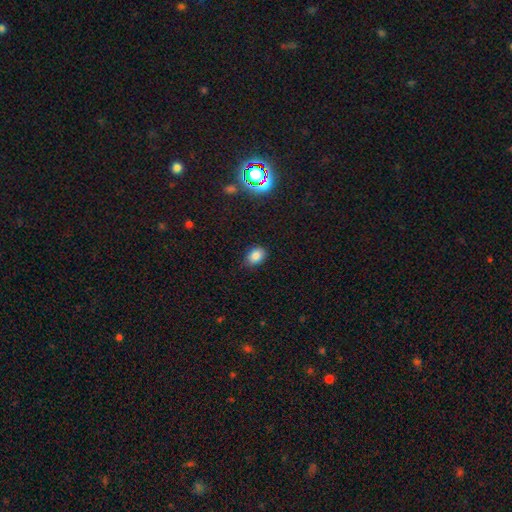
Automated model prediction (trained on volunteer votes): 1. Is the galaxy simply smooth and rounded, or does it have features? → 82% smooth, 12% star or artifact, 5% featured or disk.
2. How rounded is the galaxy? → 67% in between, 32% round, 1% cigar-shaped.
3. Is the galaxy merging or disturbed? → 80% none, 15% minor disturbance, 3% major disturbance, 1% merger.